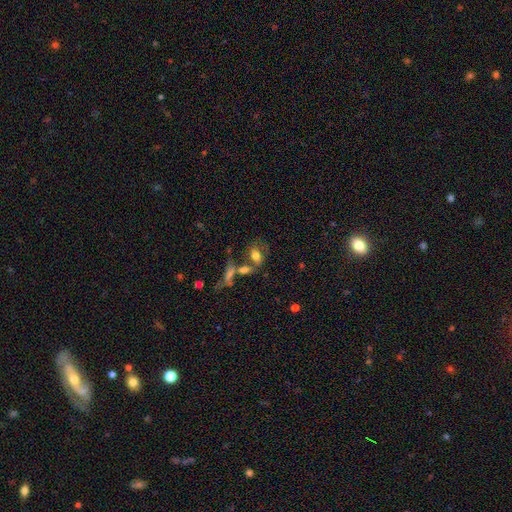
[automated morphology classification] Q: Smooth or featured?
A: smooth (63%); runner-up: featured or disk (26%)
Q: How rounded?
A: in between (79%); runner-up: round (13%)
Q: Merging?
A: none (42%); runner-up: merger (30%)